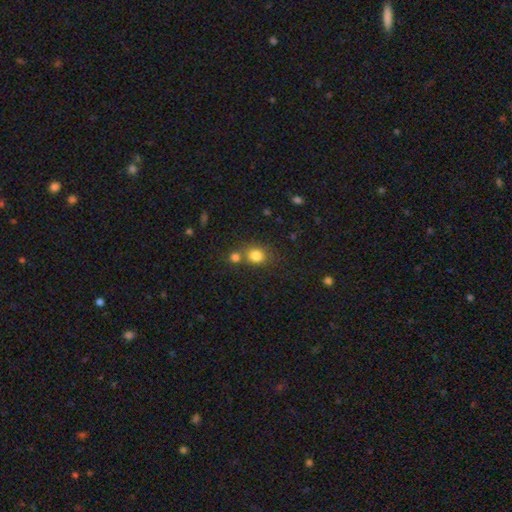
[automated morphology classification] A smooth galaxy with no disk features (81%) that is round (68%). Merging: none (57%).